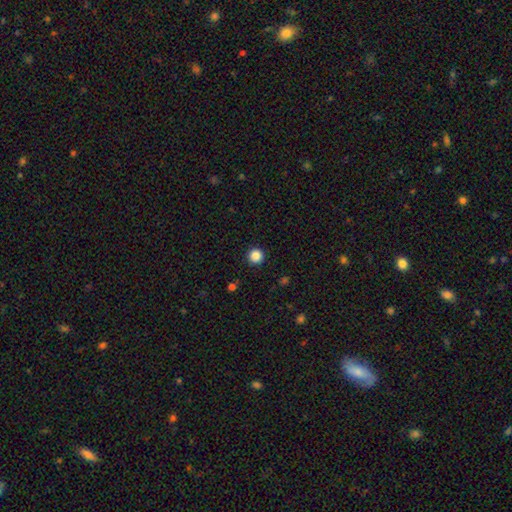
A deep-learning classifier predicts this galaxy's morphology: smooth-or-featured: smooth: 87% | star or artifact: 11% | featured or disk: 3%
  how-rounded: round: 96% | in between: 3% | cigar-shaped: 1%
  merging: none: 92% | minor disturbance: 5% | major disturbance: 2% | merger: 1%